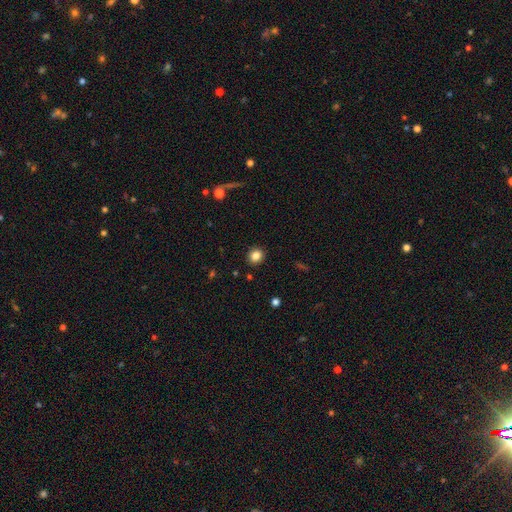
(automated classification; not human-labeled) The model was most divided on "smooth or featured": smooth: 83%, star or artifact: 11%, featured or disk: 5%. More confident: merging — none (91%); how rounded — round (87%).